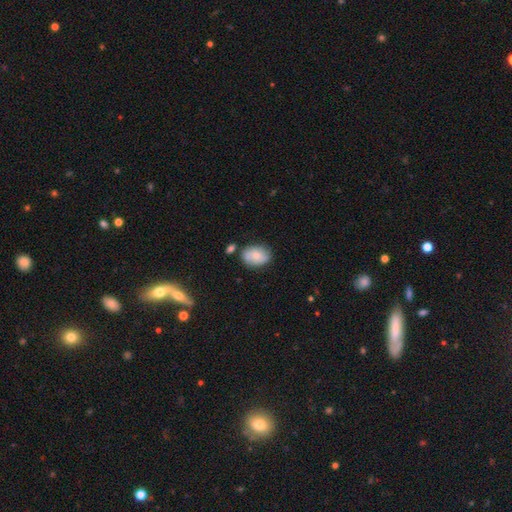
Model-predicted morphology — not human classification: smooth 70%, featured or disk 23%, star or artifact 8%. Down the decision tree: how rounded — in between (74%); merging — none (69%).